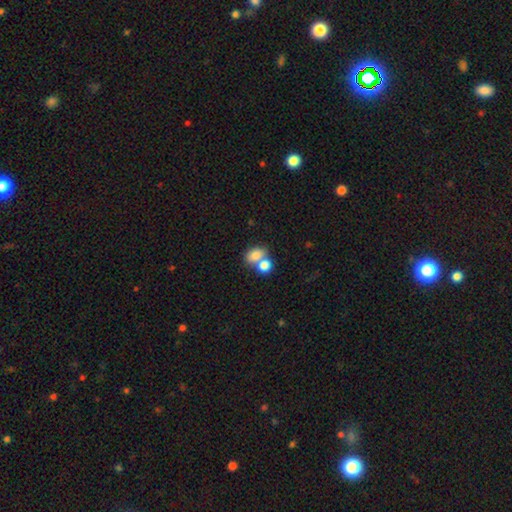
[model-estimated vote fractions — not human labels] Q: Smooth or featured?
A: smooth (79%); runner-up: featured or disk (12%)
Q: How rounded?
A: in between (66%); runner-up: round (32%)
Q: Merging?
A: merger (53%); runner-up: none (34%)